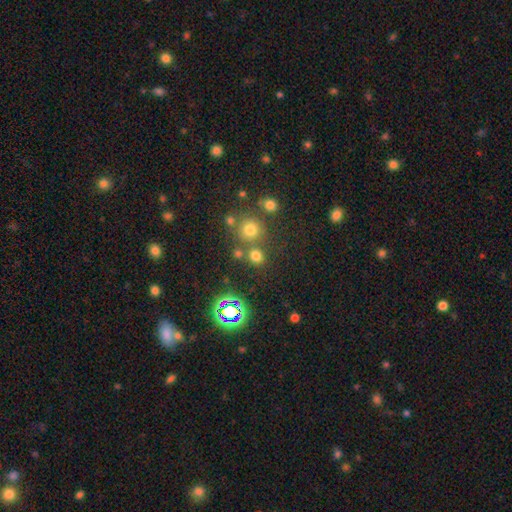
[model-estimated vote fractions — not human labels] Morphology: type=smooth (68%); roundness=round (83%); merging=none (71%).